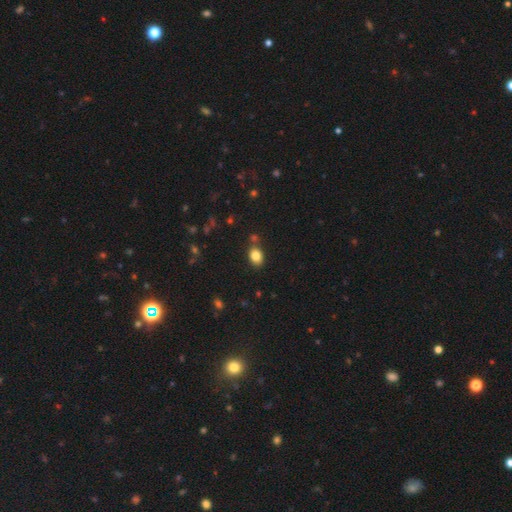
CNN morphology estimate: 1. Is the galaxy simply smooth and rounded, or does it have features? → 83% smooth, 10% star or artifact, 7% featured or disk.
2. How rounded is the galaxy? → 74% in between, 25% round, 1% cigar-shaped.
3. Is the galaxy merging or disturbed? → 77% none, 12% minor disturbance, 9% merger, 3% major disturbance.